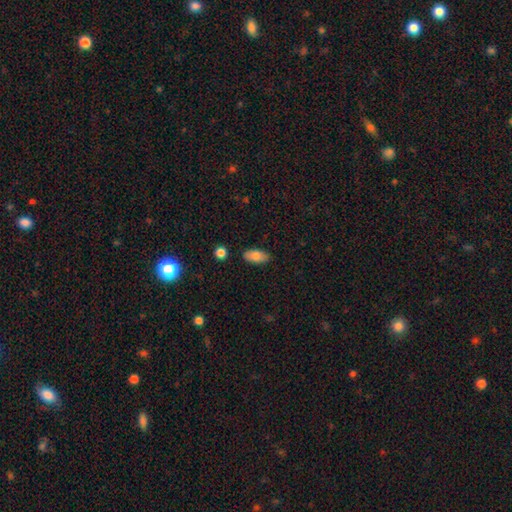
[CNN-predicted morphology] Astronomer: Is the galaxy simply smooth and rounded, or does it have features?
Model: smooth — 81%.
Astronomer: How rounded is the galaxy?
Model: in between — 91%.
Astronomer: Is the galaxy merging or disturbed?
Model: none — 86%.